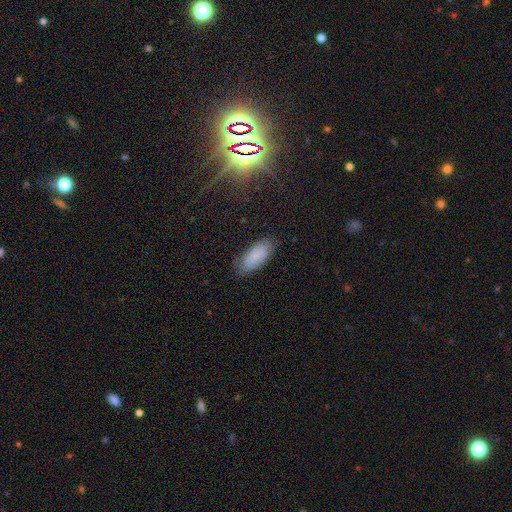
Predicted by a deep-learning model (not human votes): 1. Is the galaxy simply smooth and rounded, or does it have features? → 80% smooth, 11% featured or disk, 9% star or artifact.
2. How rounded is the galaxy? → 85% in between, 13% cigar-shaped, 2% round.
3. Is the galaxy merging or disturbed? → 79% none, 16% minor disturbance, 3% major disturbance, 1% merger.